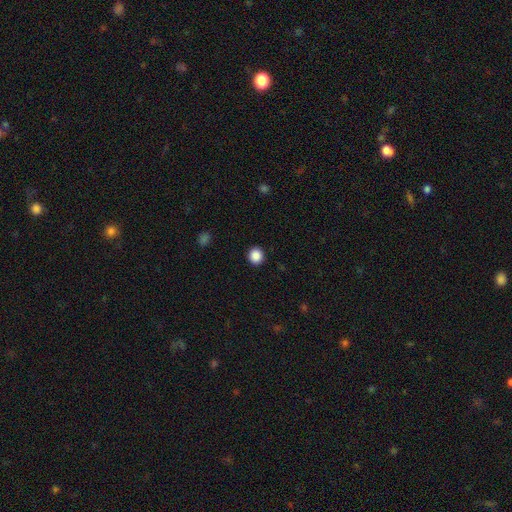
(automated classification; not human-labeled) smooth_or_featured: smooth (p=0.88) [alt: star or artifact p=0.10]
how_rounded: round (p=0.91) [alt: in between p=0.08]
merging: none (p=0.93) [alt: minor disturbance p=0.05]